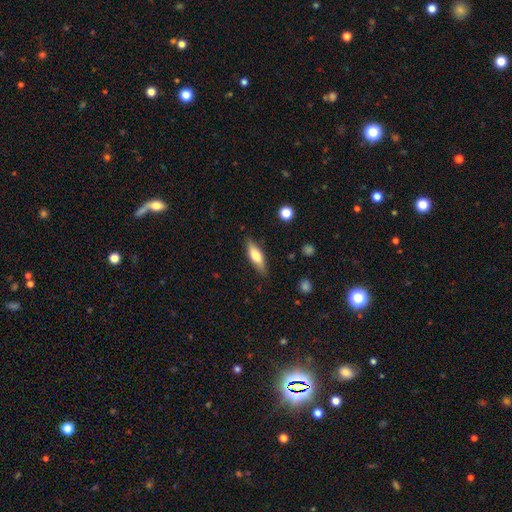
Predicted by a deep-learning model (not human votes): Smooth or featured? Predicted: smooth (p=0.61). How rounded? Predicted: in between (p=0.50). Merging? Predicted: none (p=0.84).